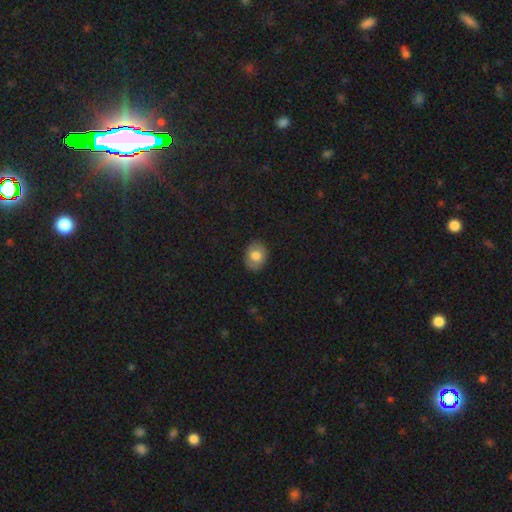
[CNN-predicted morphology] smooth 76%, featured or disk 16%, star or artifact 8%. Down the decision tree: how rounded — in between (64%); merging — none (86%).